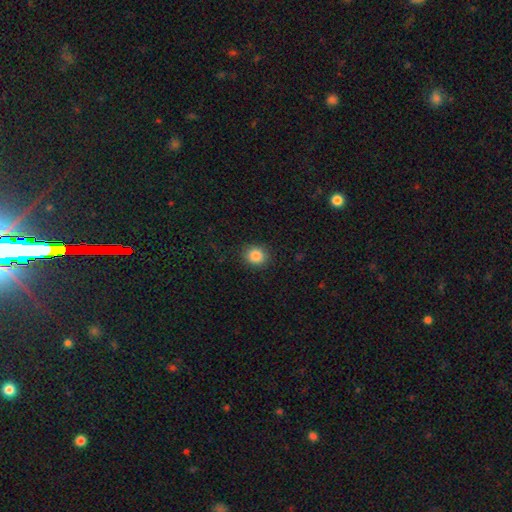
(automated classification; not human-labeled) smooth 86%, star or artifact 10%, featured or disk 4%. Down the decision tree: how rounded — round (80%); merging — none (89%).